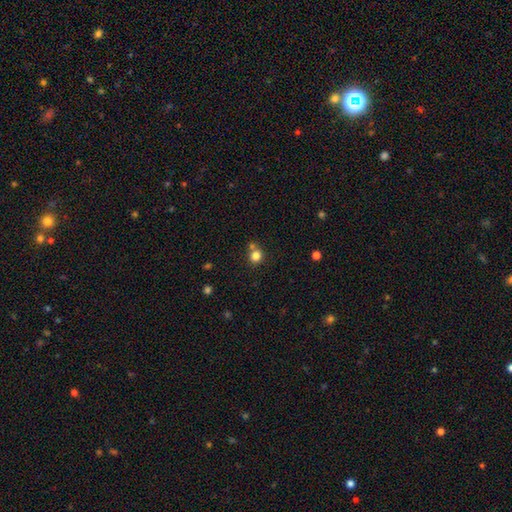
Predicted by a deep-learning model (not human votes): smooth-or-featured: smooth: 81% | star or artifact: 13% | featured or disk: 6%
  how-rounded: round: 85% | in between: 14% | cigar-shaped: 1%
  merging: none: 64% | merger: 24% | minor disturbance: 9% | major disturbance: 3%